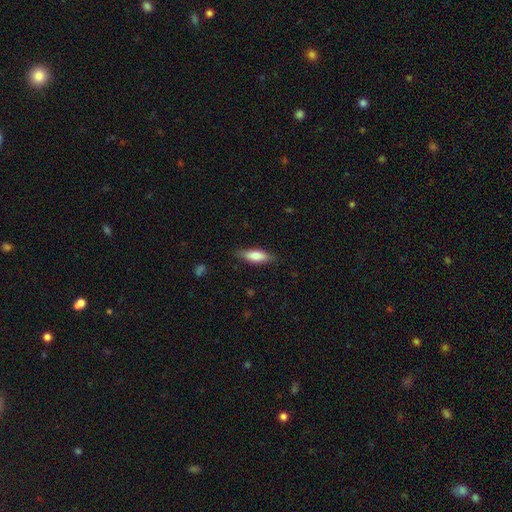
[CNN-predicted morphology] smooth-or-featured: smooth: 72% | featured or disk: 22% | star or artifact: 6%
  how-rounded: in between: 54% | cigar-shaped: 44% | round: 2%
  merging: none: 83% | minor disturbance: 13% | major disturbance: 3% | merger: 1%